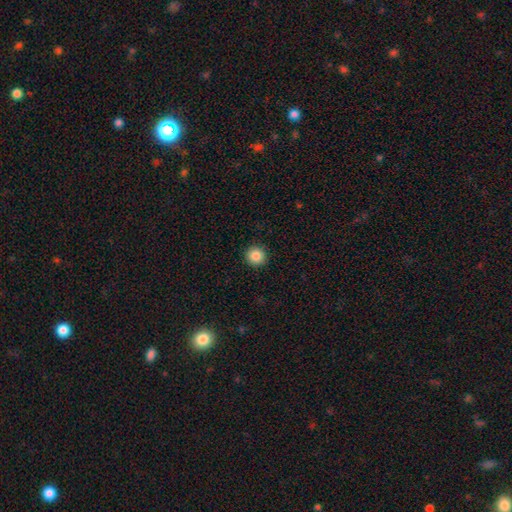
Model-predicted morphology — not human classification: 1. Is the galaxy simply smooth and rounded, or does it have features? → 87% smooth, 10% star or artifact, 3% featured or disk.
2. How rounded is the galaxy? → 94% round, 5% in between, 1% cigar-shaped.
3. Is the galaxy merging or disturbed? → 92% none, 5% minor disturbance, 2% major disturbance, 1% merger.